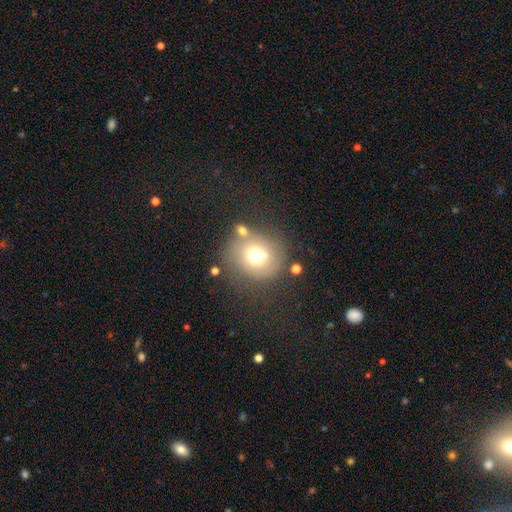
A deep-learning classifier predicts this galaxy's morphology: Q: Smooth or featured?
A: smooth (67%); runner-up: featured or disk (19%)
Q: How rounded?
A: round (87%); runner-up: in between (12%)
Q: Merging?
A: none (66%); runner-up: minor disturbance (14%)